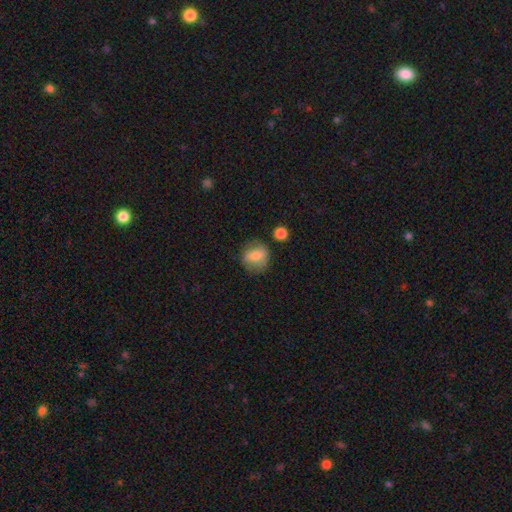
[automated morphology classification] The model was most divided on "how rounded": round: 69%, in between: 29%, cigar-shaped: 2%. More confident: smooth or featured — smooth (72%); merging — none (72%).